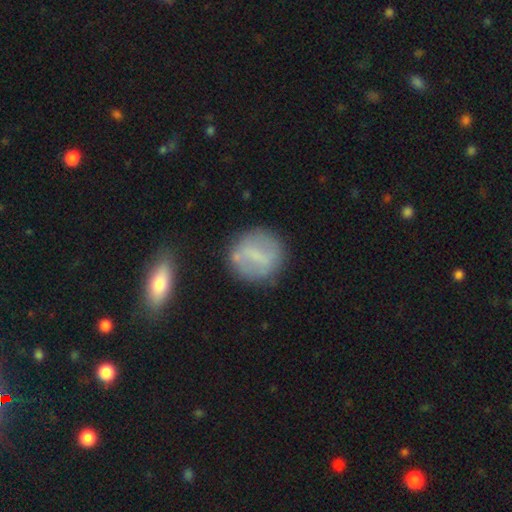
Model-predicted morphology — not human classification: smooth 51%, featured or disk 41%, star or artifact 8%. Down the decision tree: how rounded — round (74%); merging — none (75%).